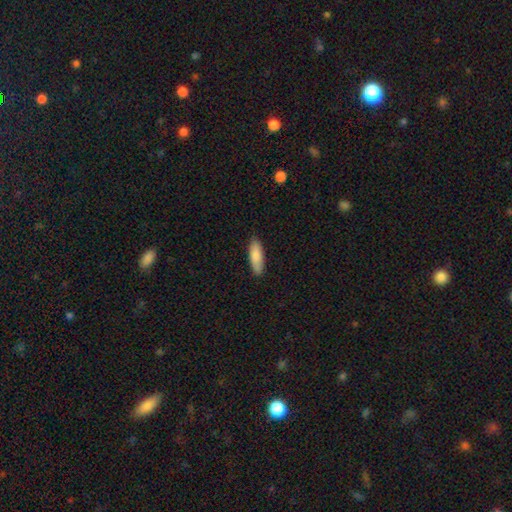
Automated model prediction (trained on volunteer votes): smooth_or_featured: smooth (p=0.87) [alt: featured or disk p=0.08]
how_rounded: in between (p=0.55) [alt: cigar-shaped p=0.44]
merging: none (p=0.87) [alt: minor disturbance p=0.10]